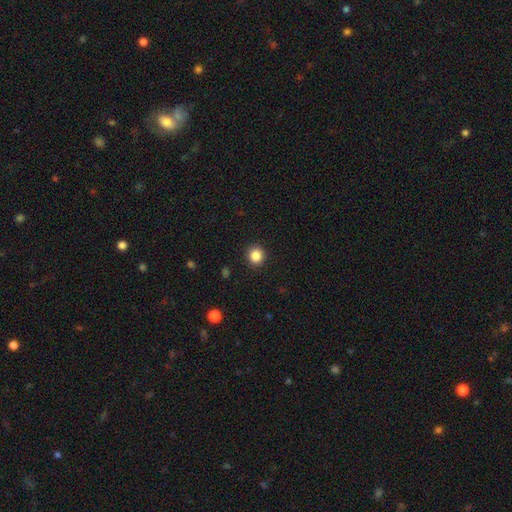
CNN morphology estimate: smooth_or_featured: smooth (p=0.86) [alt: star or artifact p=0.11]
how_rounded: round (p=0.91) [alt: in between p=0.08]
merging: none (p=0.92) [alt: minor disturbance p=0.05]